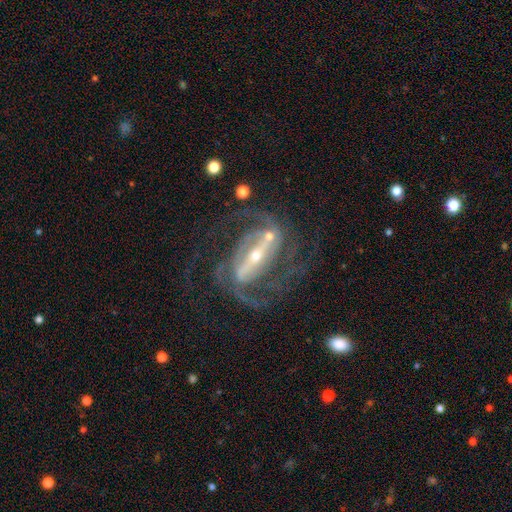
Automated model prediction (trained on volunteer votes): smooth-or-featured: featured or disk: 91% | star or artifact: 5% | smooth: 3%
  disk-edge-on: no: 95% | yes: 5%
    bar: strong: 76% | weak: 17% | no: 7%
    has-spiral-arms: yes: 97% | no: 3%
      spiral-winding: medium: 55% | tight: 27% | loose: 19%
      spiral-arm-count: 2: 63% | 3: 18% | can't tell: 7% | 4: 6% | 1: 3% | more than 4: 3%
    bulge-size: small: 65% | moderate: 31% | large: 2% | none: 1% | dominant: 1%
  merging: none: 61% | major disturbance: 18% | minor disturbance: 15% | merger: 6%